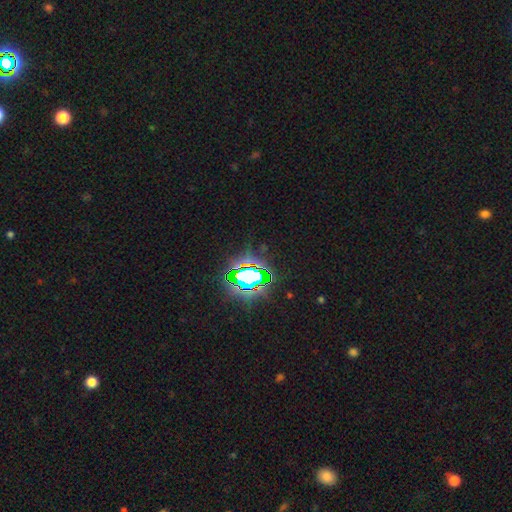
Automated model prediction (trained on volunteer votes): This appears to be a star or artifact, not a galaxy (82%).